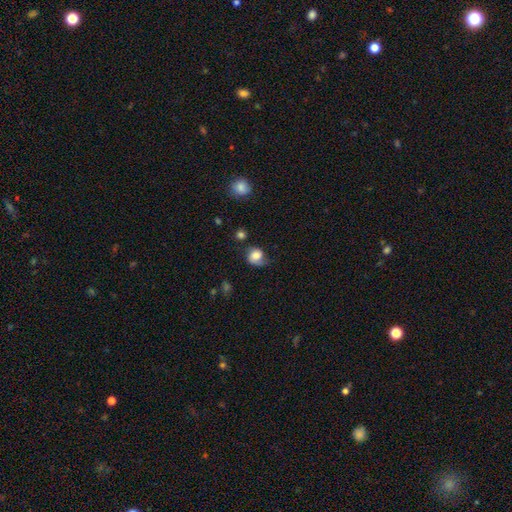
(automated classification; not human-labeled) This is likely a smooth galaxy (67%). How rounded: likely round (64%). Merging: marginally none (43%).